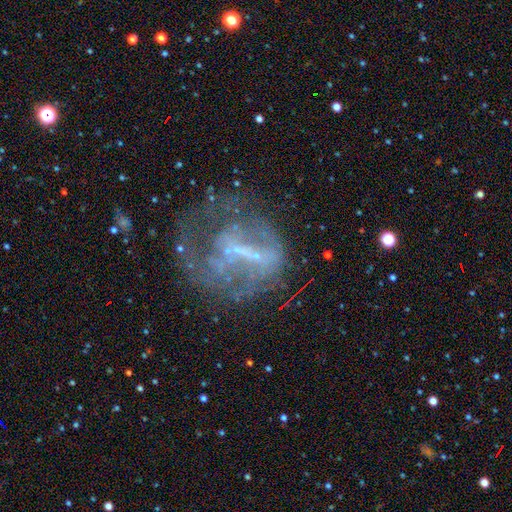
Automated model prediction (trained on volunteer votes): This appears to be a featured or disk galaxy (66%) with a strong bar (37%), no spiral arms (64%) and no central bulge (45%). Merging: none (41%).